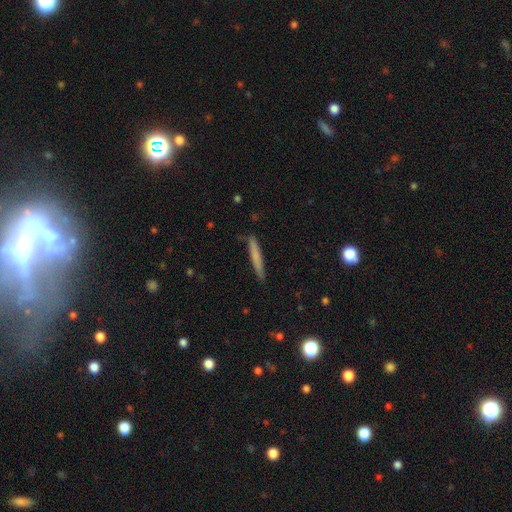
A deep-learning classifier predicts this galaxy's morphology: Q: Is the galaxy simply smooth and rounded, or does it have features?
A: smooth — 67%.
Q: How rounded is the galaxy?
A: cigar-shaped — 96%.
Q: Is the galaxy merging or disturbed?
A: none — 85%.